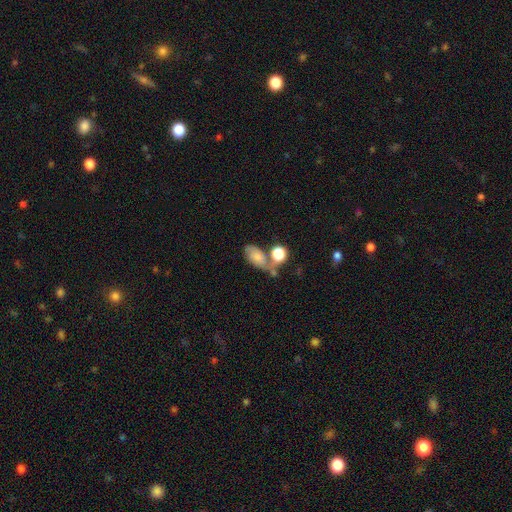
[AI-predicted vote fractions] The model was most divided on "merging": none: 36%, merger: 30%, minor disturbance: 20%, major disturbance: 14%. Remaining: smooth or featured — smooth (49%).